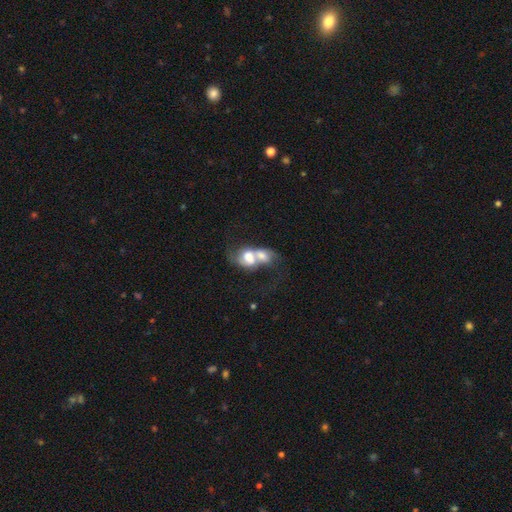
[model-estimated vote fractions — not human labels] smooth-or-featured: featured or disk: 50% | smooth: 40% | star or artifact: 10%
  merging: merger: 78% | major disturbance: 9% | none: 9% | minor disturbance: 5%